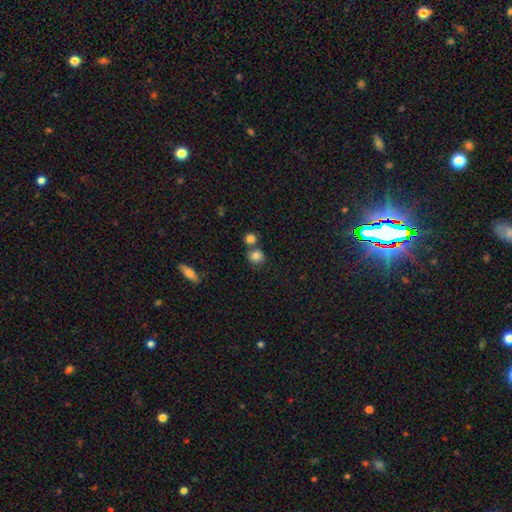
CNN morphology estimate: Smooth or featured?
  - smooth: 82% *
  - star or artifact: 11%
  - featured or disk: 7%
How rounded?
  - round: 79% *
  - in between: 19%
  - cigar-shaped: 1%
Merging?
  - none: 59% *
  - merger: 28%
  - minor disturbance: 10%
  - major disturbance: 3%